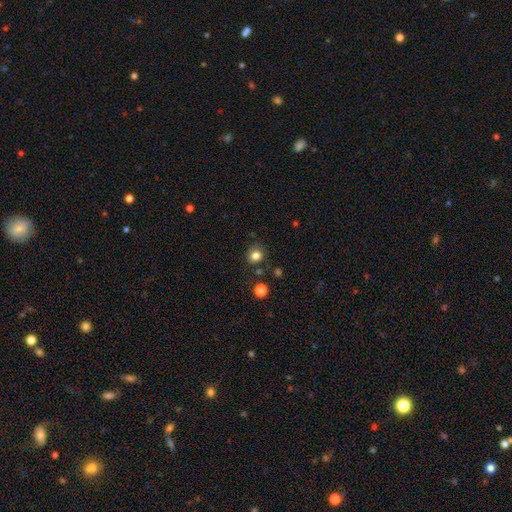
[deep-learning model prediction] Smooth or featured: smooth — 82% (star or artifact — 13%)
How rounded: round — 82% (in between — 17%)
Merging: none — 83% (minor disturbance — 11%)